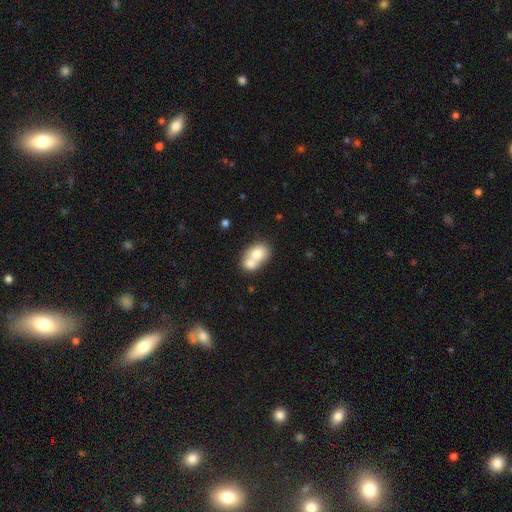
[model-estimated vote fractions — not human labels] This is likely a smooth galaxy (71%). How rounded: possibly in between (57%). Merging: likely merger (70%).